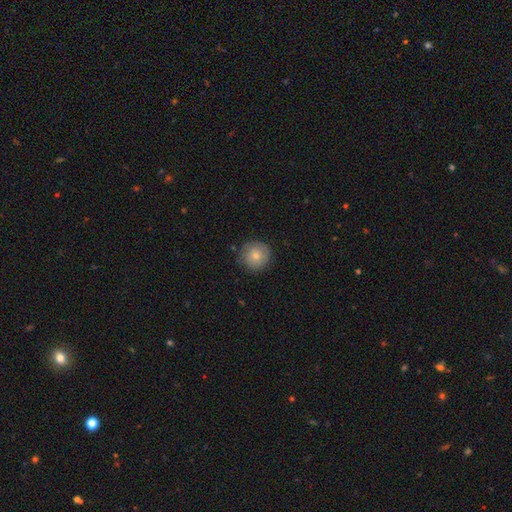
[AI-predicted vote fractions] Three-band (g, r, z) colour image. It shows a smooth galaxy with no disk features (77%) that is round (94%). Merging: none (83%).